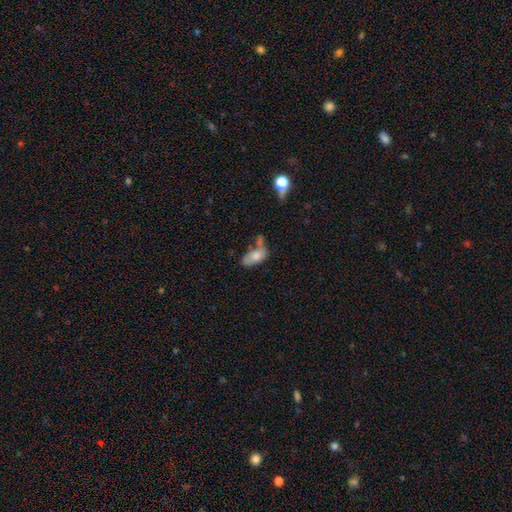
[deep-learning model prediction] This appears to be a smooth galaxy with no disk features (74%) that is in between round and cigar-shaped (90%). Merging: none (35%).